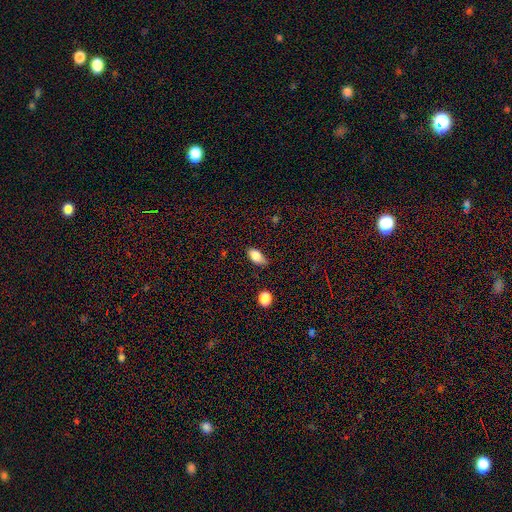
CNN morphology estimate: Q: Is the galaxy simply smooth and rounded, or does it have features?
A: smooth — 83%.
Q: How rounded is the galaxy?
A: in between — 89%.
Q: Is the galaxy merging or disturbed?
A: none — 60%.